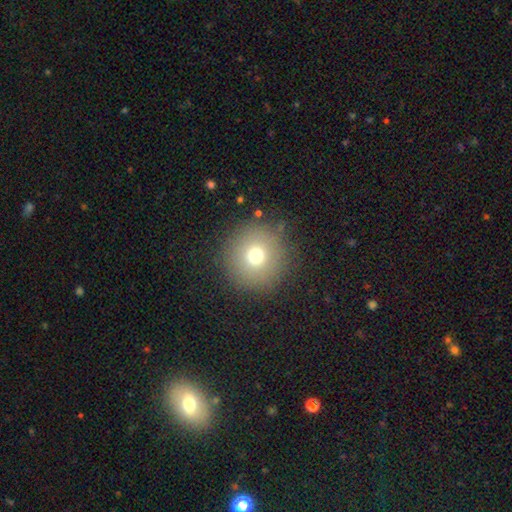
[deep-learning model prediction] Smooth or featured: smooth — 71% (star or artifact — 15%)
How rounded: round — 96% (in between — 3%)
Merging: none — 87% (minor disturbance — 8%)